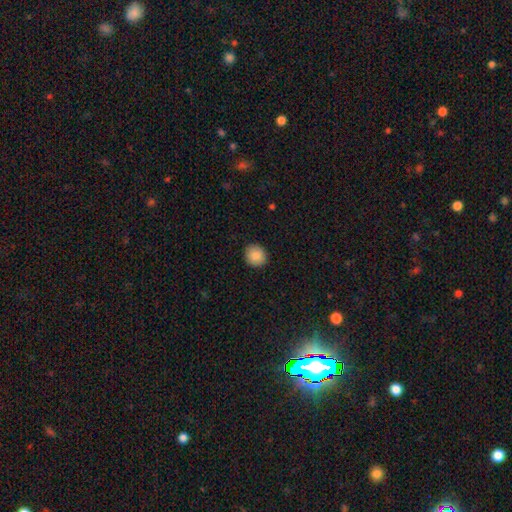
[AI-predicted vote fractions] A smooth galaxy with no disk features (87%) that is round (88%). Merging: none (92%).